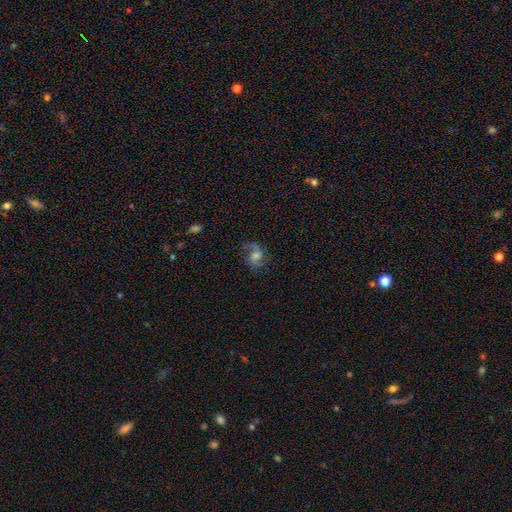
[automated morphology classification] Smooth or featured? Predicted: featured or disk (p=0.77). Edge-on disk? Predicted: no (p=0.97). Bar? Predicted: no (p=0.59). Spiral arms? Predicted: yes (p=0.95). Spiral winding? Predicted: medium (p=0.48). Spiral arm count? Predicted: 2 (p=0.83). Bulge size? Predicted: moderate (p=0.55). Merging? Predicted: none (p=0.72).